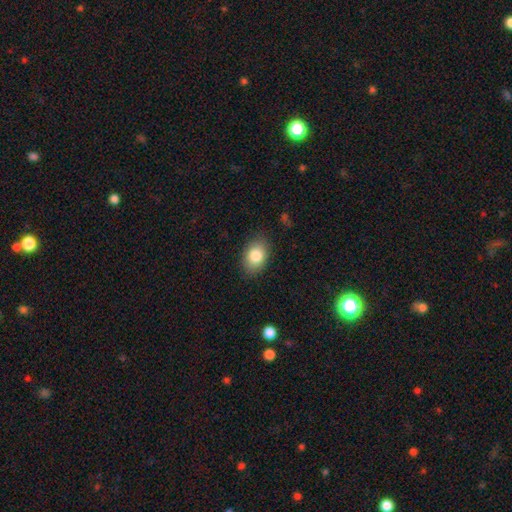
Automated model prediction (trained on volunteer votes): Overall: smooth (83%). How rounded: in between (79%). Merging: none (84%).